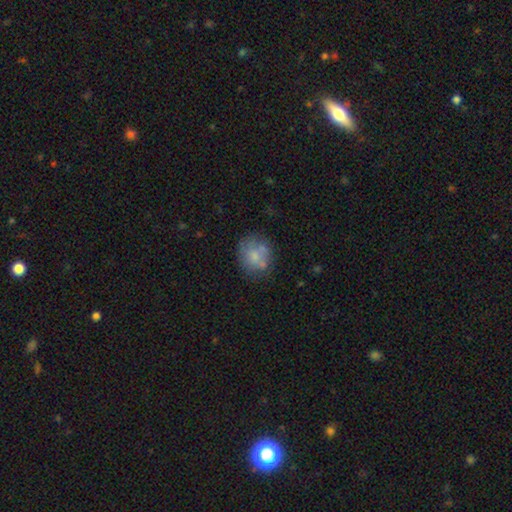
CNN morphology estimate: smooth-or-featured: smooth: 58% | featured or disk: 33% | star or artifact: 9%
  how-rounded: round: 67% | in between: 32% | cigar-shaped: 1%
  merging: none: 56% | minor disturbance: 23% | major disturbance: 13% | merger: 9%